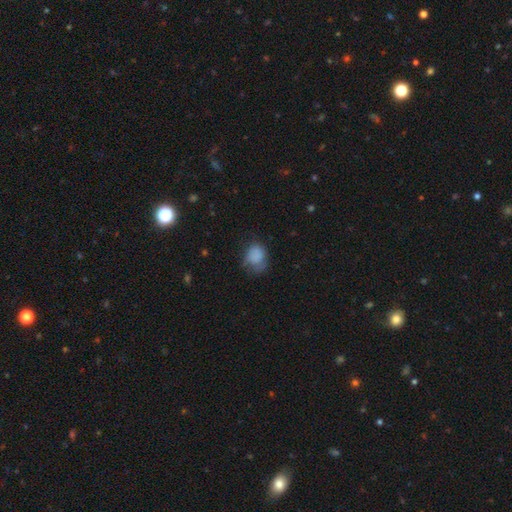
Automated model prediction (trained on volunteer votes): Smooth or featured? Predicted: smooth (p=0.79). How rounded? Predicted: round (p=0.54). Merging? Predicted: none (p=0.45).